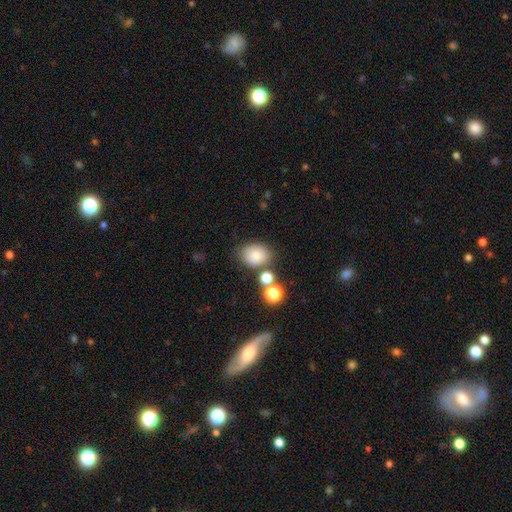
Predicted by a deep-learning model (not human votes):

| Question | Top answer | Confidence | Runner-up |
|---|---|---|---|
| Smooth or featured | smooth | 80% | star or artifact (11%) |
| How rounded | in between | 61% | round (38%) |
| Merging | none | 70% | minor disturbance (15%) |